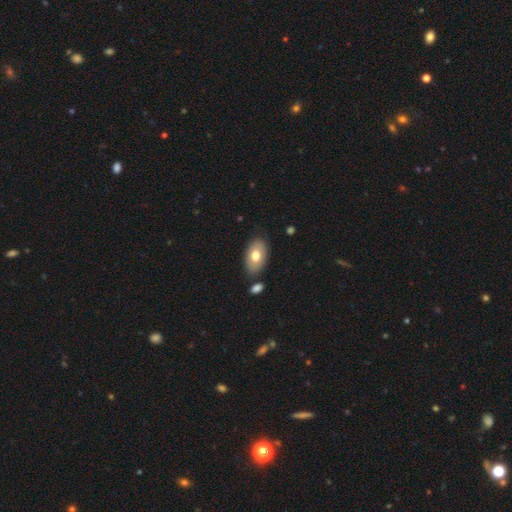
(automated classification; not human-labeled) This appears to be a smooth galaxy with no disk features (72%) that is in between round and cigar-shaped (92%). Merging: none (80%).